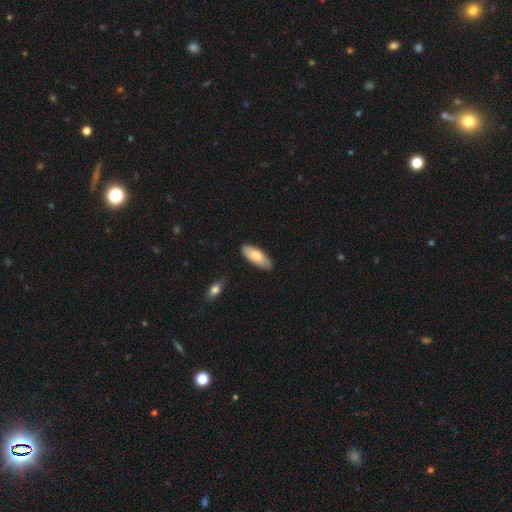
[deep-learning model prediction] smooth 78%, featured or disk 16%, star or artifact 5%. Down the decision tree: how rounded — in between (78%); merging — none (84%).